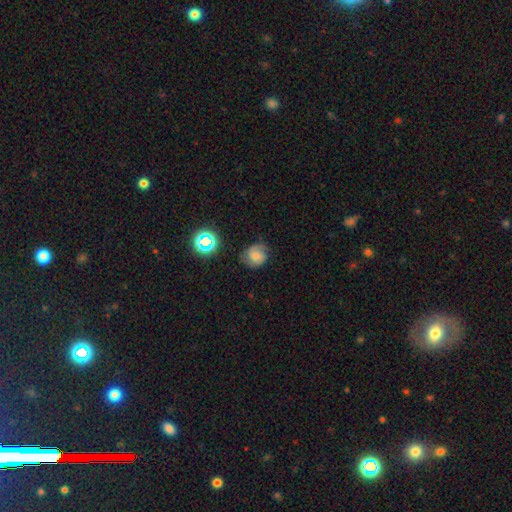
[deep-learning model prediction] smooth-or-featured: featured or disk: 50% | smooth: 36% | star or artifact: 14%
  disk-edge-on: no: 97% | yes: 3%
  merging: none: 67% | minor disturbance: 23% | major disturbance: 9% | merger: 2%